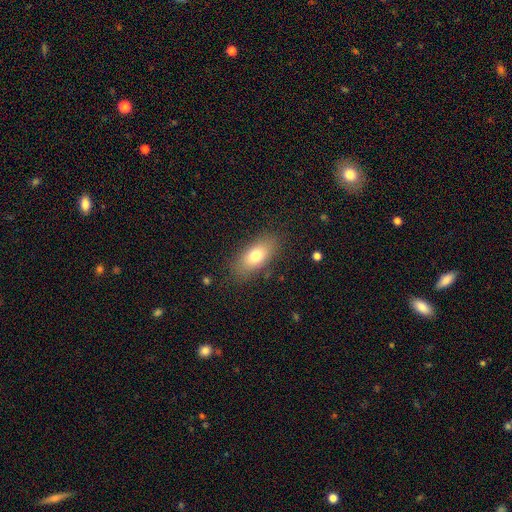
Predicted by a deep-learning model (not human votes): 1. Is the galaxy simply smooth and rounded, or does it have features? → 74% smooth, 18% featured or disk, 9% star or artifact.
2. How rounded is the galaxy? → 83% in between, 11% cigar-shaped, 6% round.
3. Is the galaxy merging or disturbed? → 83% none, 12% minor disturbance, 4% major disturbance, 1% merger.